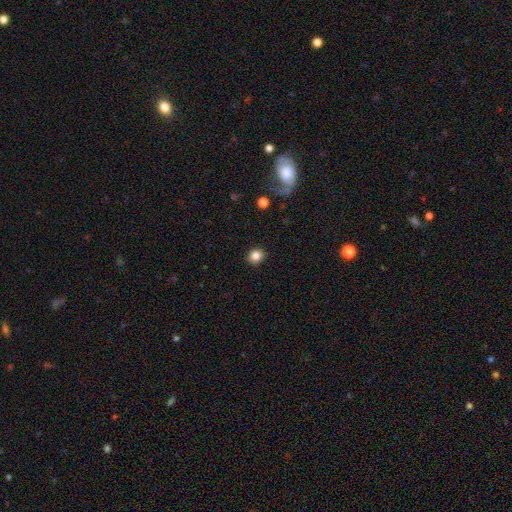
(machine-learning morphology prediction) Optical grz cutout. It shows a smooth galaxy with no disk features (84%) that is round (82%). Merging: none (92%).